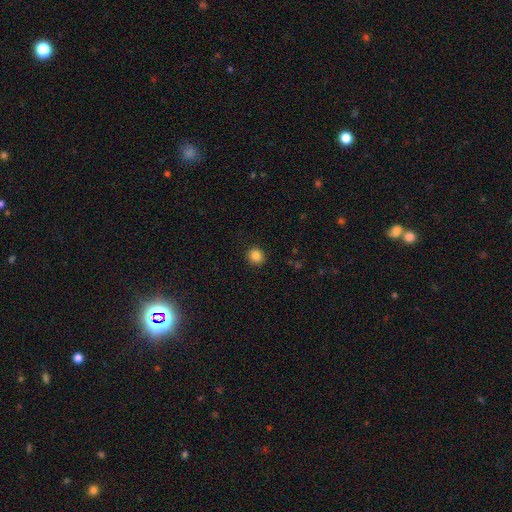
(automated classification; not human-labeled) Morphology: type=smooth (85%); roundness=round (90%); merging=none (92%).